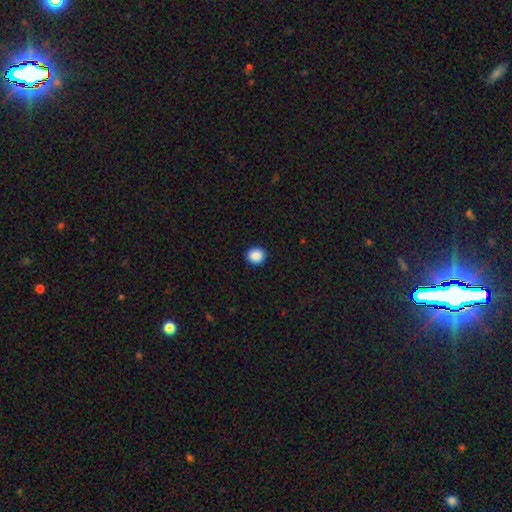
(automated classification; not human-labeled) The model was most divided on "how rounded": round: 80%, in between: 19%, cigar-shaped: 1%. More confident: merging — none (92%); smooth or featured — smooth (89%).